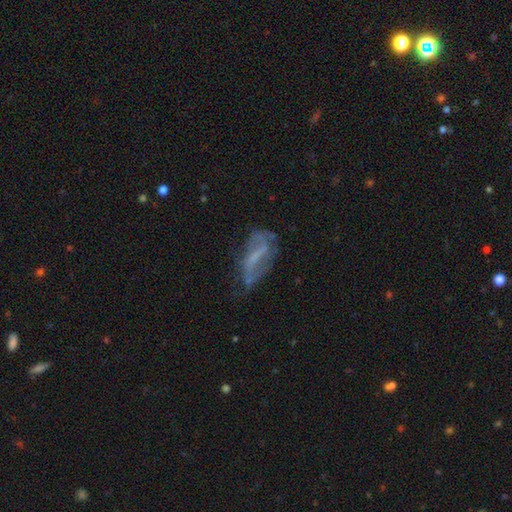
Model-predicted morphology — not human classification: type=featured or disk (60%); edge-on=no (89%); bar=weak (35%); spiral arms=yes (51%); bulge=none (56%); merging=none (42%).